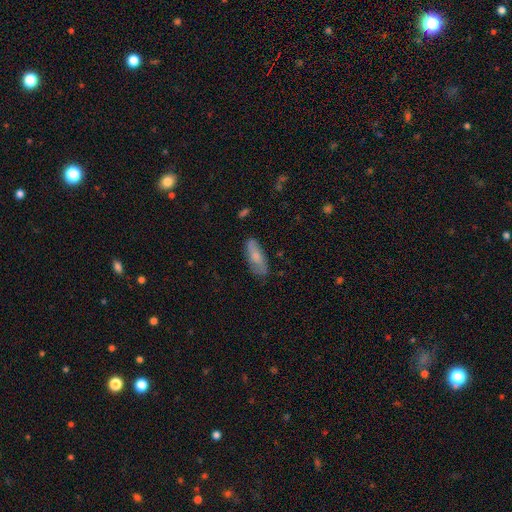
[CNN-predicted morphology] Smooth or featured?
  - smooth: 63% *
  - featured or disk: 31%
  - star or artifact: 6%
How rounded?
  - in between: 66% *
  - cigar-shaped: 31%
  - round: 2%
Merging?
  - none: 76% *
  - minor disturbance: 18%
  - major disturbance: 4%
  - merger: 2%